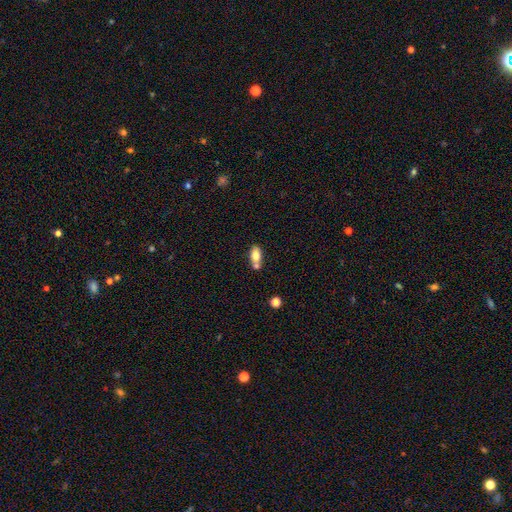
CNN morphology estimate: Smooth or featured?
  - smooth: 75% *
  - featured or disk: 17%
  - star or artifact: 8%
How rounded?
  - in between: 87% *
  - round: 9%
  - cigar-shaped: 5%
Merging?
  - none: 48% *
  - merger: 36%
  - minor disturbance: 12%
  - major disturbance: 4%